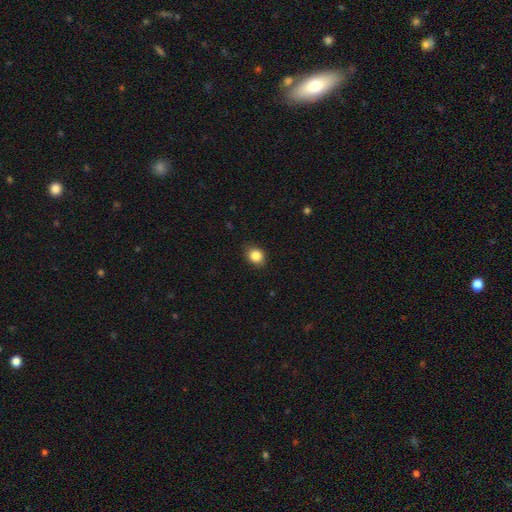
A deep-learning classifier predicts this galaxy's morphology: Smooth or featured: smooth — 85% (star or artifact — 10%)
How rounded: round — 65% (in between — 34%)
Merging: none — 86% (minor disturbance — 10%)